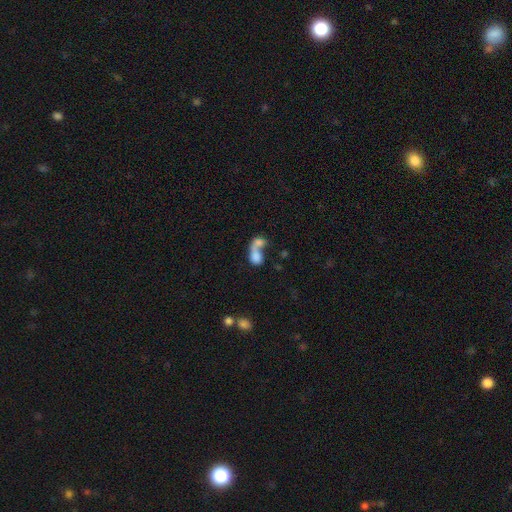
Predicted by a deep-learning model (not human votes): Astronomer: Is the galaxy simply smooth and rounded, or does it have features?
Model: smooth — 68%.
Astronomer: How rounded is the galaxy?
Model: in between — 65%.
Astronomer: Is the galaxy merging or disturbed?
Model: merger — 69%.